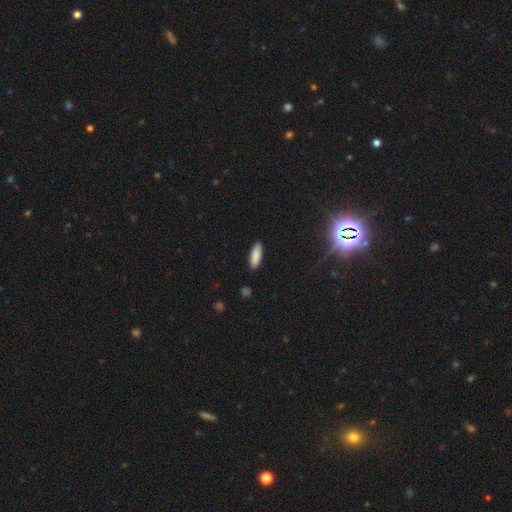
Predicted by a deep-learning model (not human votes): smooth_or_featured: smooth (p=0.89) [alt: star or artifact p=0.06]
how_rounded: in between (p=0.61) [alt: cigar-shaped p=0.37]
merging: none (p=0.89) [alt: minor disturbance p=0.08]